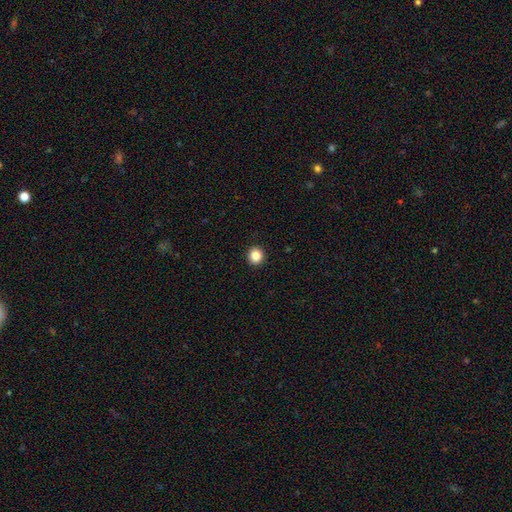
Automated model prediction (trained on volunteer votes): smooth-or-featured: smooth: 87% | star or artifact: 10% | featured or disk: 3%
  how-rounded: round: 91% | in between: 8% | cigar-shaped: 1%
  merging: none: 93% | minor disturbance: 4% | major disturbance: 2% | merger: 1%